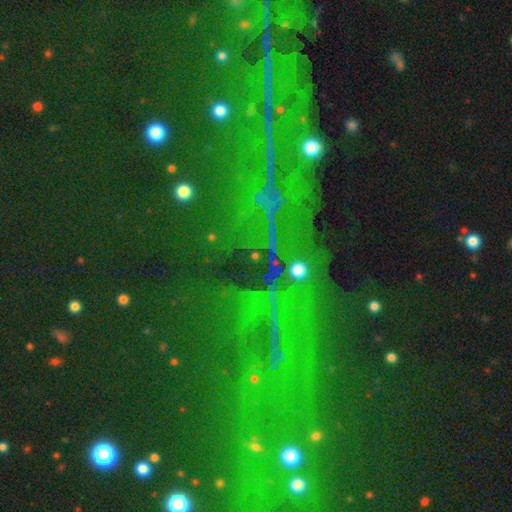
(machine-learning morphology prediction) The model was most divided on "smooth or featured": star or artifact: 76%, smooth: 14%, featured or disk: 10%.